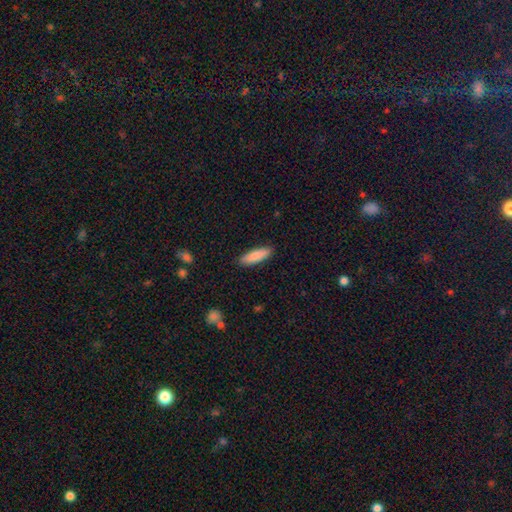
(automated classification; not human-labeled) smooth 86%, featured or disk 8%, star or artifact 6%. Down the decision tree: how rounded — cigar-shaped (60%); merging — none (88%).